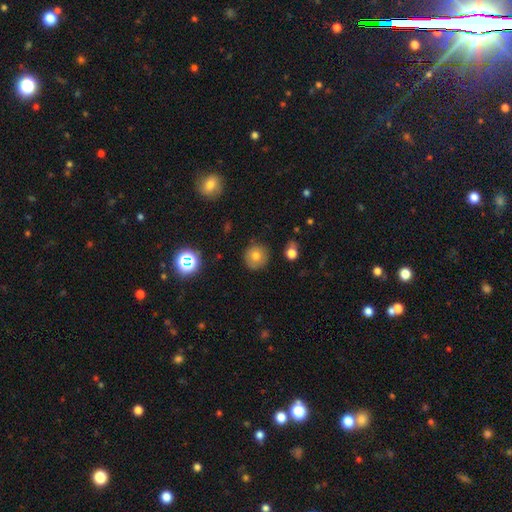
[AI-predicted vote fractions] smooth-or-featured: smooth: 73% | featured or disk: 13% | star or artifact: 13%
  how-rounded: round: 92% | in between: 7% | cigar-shaped: 1%
  merging: none: 85% | minor disturbance: 10% | major disturbance: 2% | merger: 2%